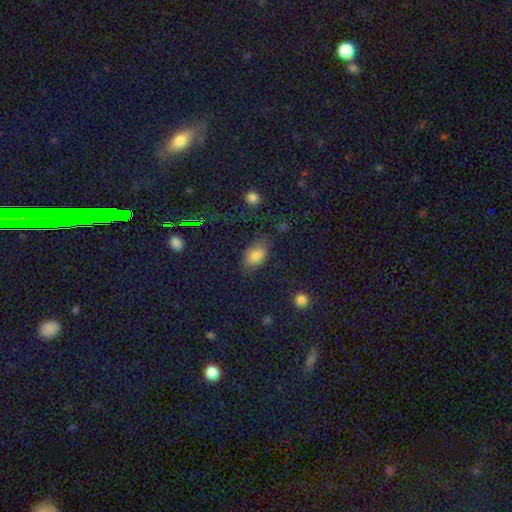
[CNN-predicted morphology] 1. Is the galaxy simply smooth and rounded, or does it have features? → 74% smooth, 15% star or artifact, 11% featured or disk.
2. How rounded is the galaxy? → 86% in between, 11% round, 3% cigar-shaped.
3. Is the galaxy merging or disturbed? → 70% none, 20% minor disturbance, 7% major disturbance, 3% merger.